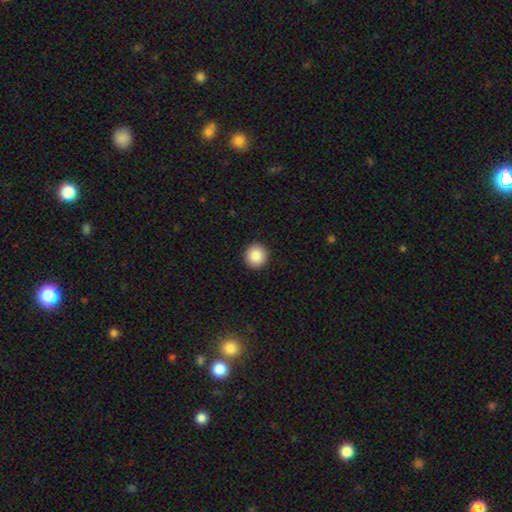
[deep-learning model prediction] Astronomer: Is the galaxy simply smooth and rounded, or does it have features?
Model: smooth — 87%.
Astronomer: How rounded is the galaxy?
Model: round — 93%.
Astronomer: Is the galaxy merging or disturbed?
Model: none — 93%.